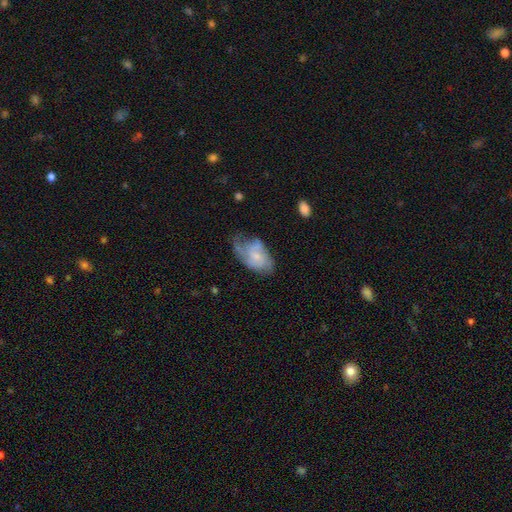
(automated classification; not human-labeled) Morphology: type=featured or disk (61%); edge-on=no (97%); bar=no (65%); spiral arms=yes (81%); bulge=small (62%); merging=none (35%).